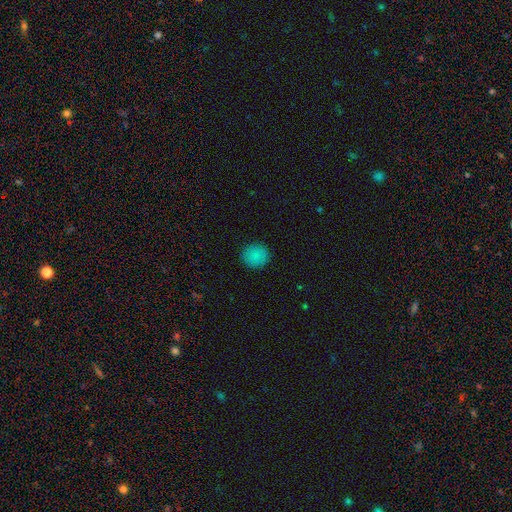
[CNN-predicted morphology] The model was most divided on "smooth or featured": smooth: 86%, star or artifact: 10%, featured or disk: 4%. More confident: merging — none (90%); how rounded — round (89%).